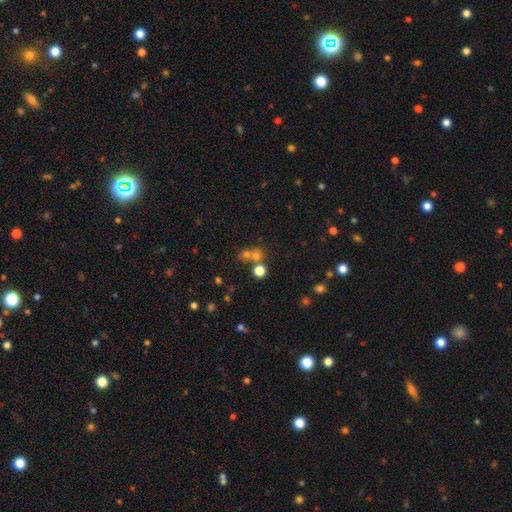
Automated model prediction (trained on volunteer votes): smooth_or_featured: smooth (p=0.64) [alt: star or artifact p=0.24]
how_rounded: round (p=0.83) [alt: in between p=0.16]
merging: none (p=0.49) [alt: merger p=0.41]